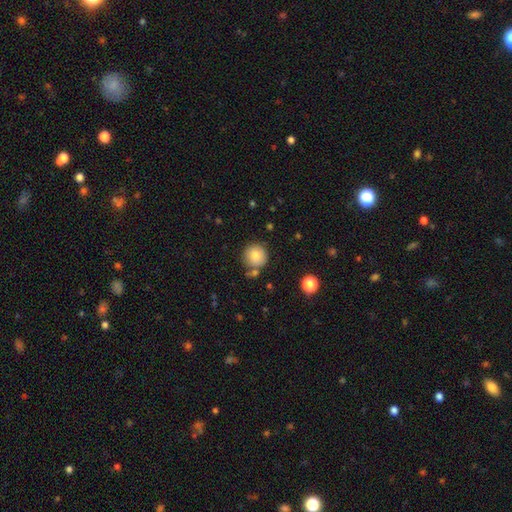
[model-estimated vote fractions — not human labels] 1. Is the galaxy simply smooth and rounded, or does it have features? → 81% smooth, 10% featured or disk, 9% star or artifact.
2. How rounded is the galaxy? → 94% round, 5% in between, 1% cigar-shaped.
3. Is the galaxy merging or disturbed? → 75% none, 12% minor disturbance, 10% merger, 3% major disturbance.